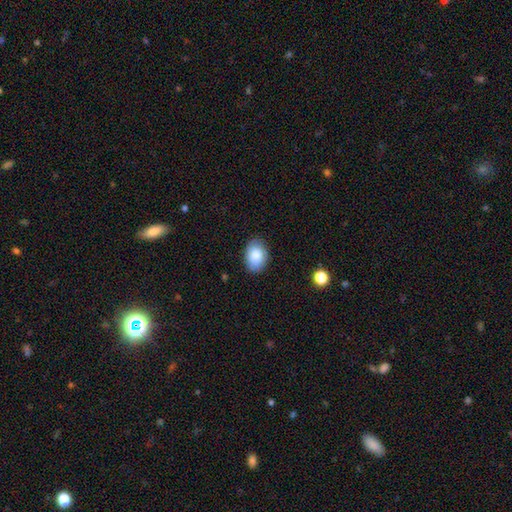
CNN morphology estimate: A smooth galaxy with no disk features (85%) that is in between round and cigar-shaped (81%). Merging: none (85%).